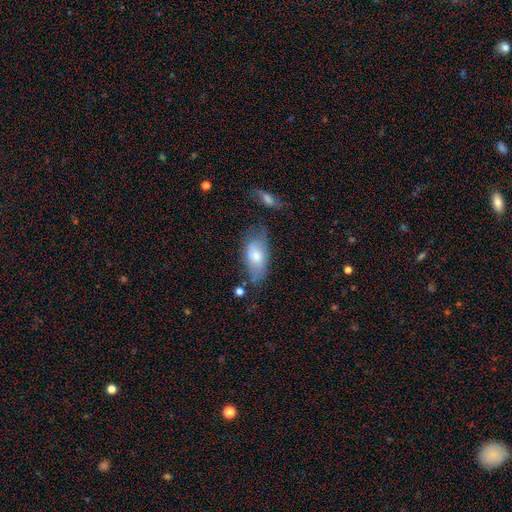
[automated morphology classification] Overall: smooth (66%; featured or disk 27%). How rounded: in between (91%). Merging: none (48%; minor disturbance 30%).